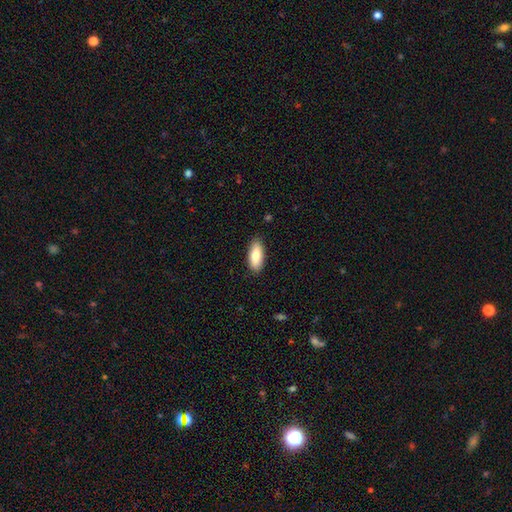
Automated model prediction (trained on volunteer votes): Smooth or featured? smooth (82%)
How rounded? in between (80%)
Merging? none (87%)